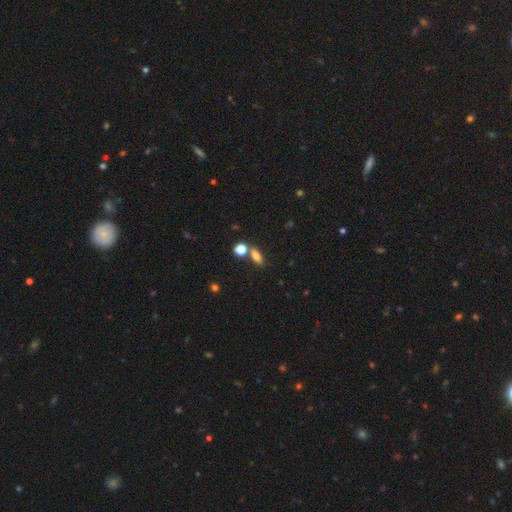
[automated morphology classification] type=smooth (78%); roundness=in between (71%); merging=none (64%).